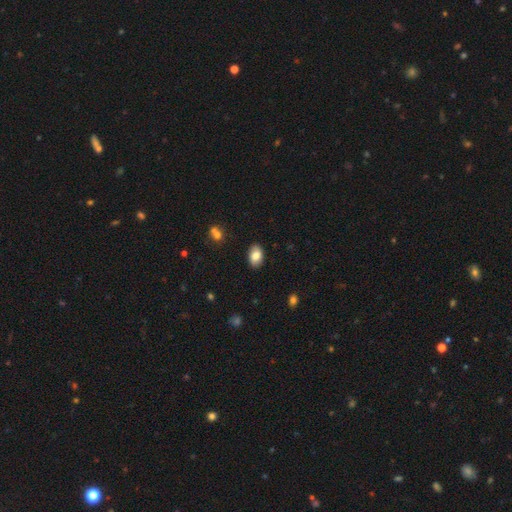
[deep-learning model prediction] Smooth or featured? smooth (82%)
How rounded? in between (89%)
Merging? none (87%)